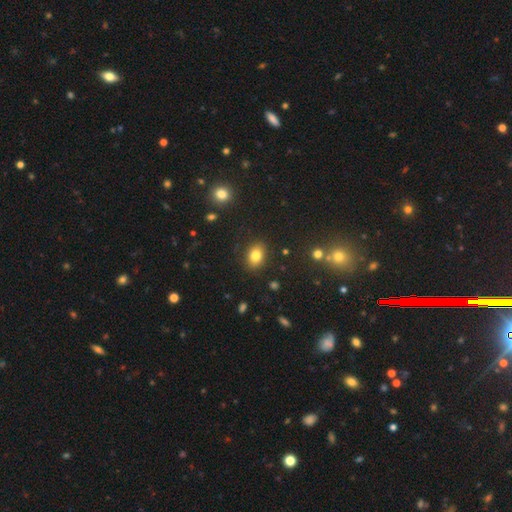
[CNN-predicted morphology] Q: Smooth or featured?
A: smooth (81%); runner-up: star or artifact (11%)
Q: How rounded?
A: in between (71%); runner-up: round (28%)
Q: Merging?
A: none (86%); runner-up: minor disturbance (9%)